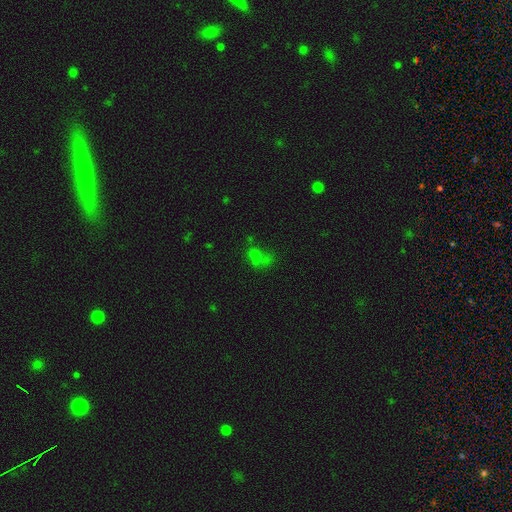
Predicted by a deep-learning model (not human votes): Q: Smooth or featured?
A: smooth (56%); runner-up: star or artifact (26%)
Q: How rounded?
A: in between (52%); runner-up: round (46%)
Q: Merging?
A: none (32%); runner-up: merger (28%)